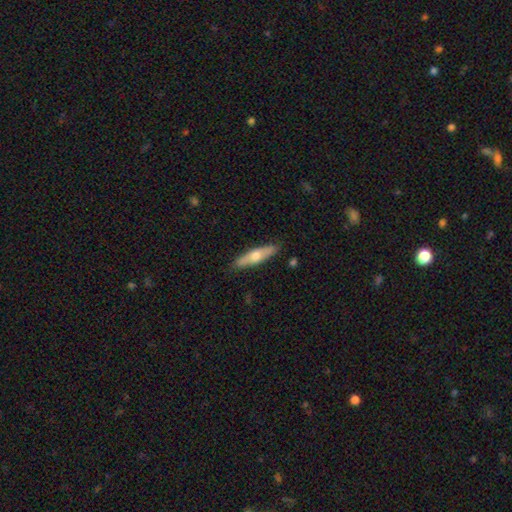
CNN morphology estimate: smooth-or-featured: smooth: 51% | featured or disk: 43% | star or artifact: 5%
  how-rounded: cigar-shaped: 72% | in between: 26% | round: 2%
  merging: none: 87% | minor disturbance: 9% | major disturbance: 2% | merger: 1%